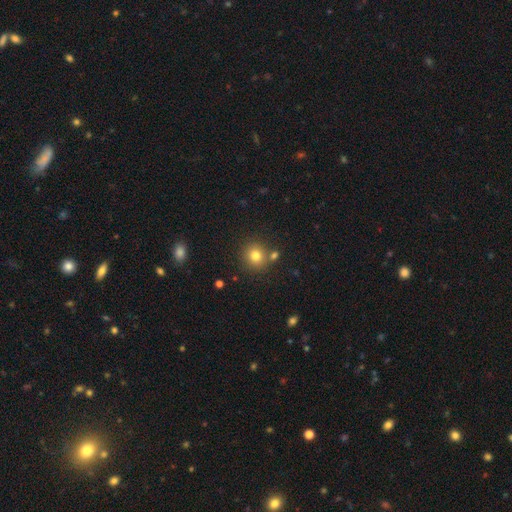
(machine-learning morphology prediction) type=smooth (79%); roundness=round (90%); merging=none (77%).